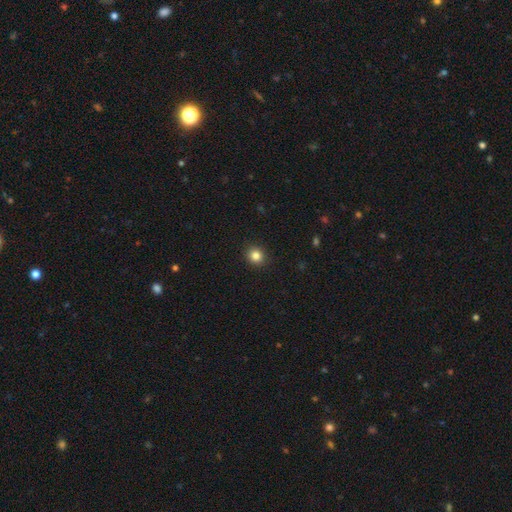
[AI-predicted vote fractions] This is clearly a smooth galaxy (84%). How rounded: clearly round (88%). Merging: clearly none (92%).